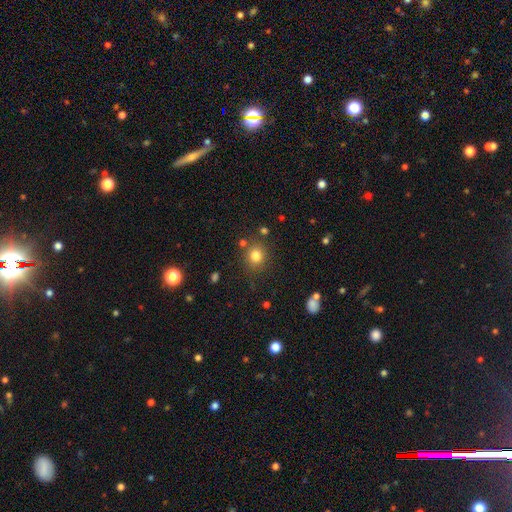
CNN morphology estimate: Smooth or featured?
  - smooth: 80% *
  - star or artifact: 14%
  - featured or disk: 7%
How rounded?
  - round: 83% *
  - in between: 16%
  - cigar-shaped: 1%
Merging?
  - none: 81% *
  - minor disturbance: 10%
  - merger: 6%
  - major disturbance: 4%